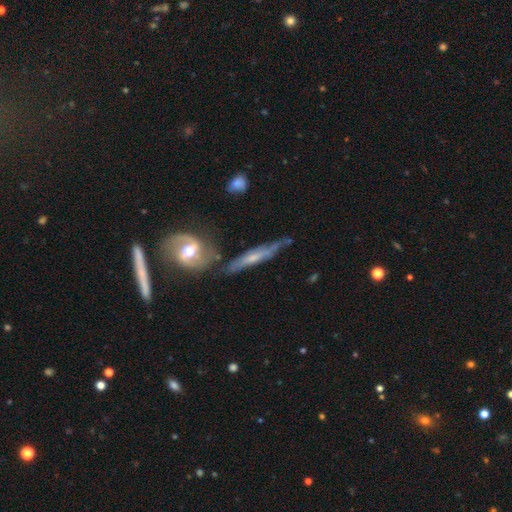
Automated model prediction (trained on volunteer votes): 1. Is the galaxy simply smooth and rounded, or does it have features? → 68% featured or disk, 23% smooth, 9% star or artifact.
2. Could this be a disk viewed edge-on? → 66% yes, 34% no.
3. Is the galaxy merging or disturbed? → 61% none, 21% minor disturbance, 10% merger, 8% major disturbance.